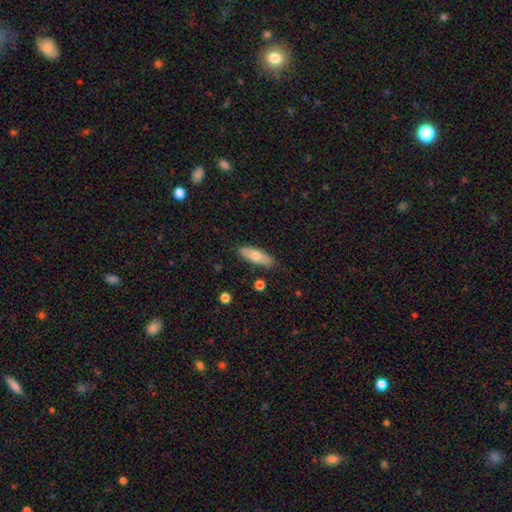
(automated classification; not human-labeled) This is likely a smooth galaxy (67%). How rounded: possibly in between (60%). Merging: clearly none (85%).